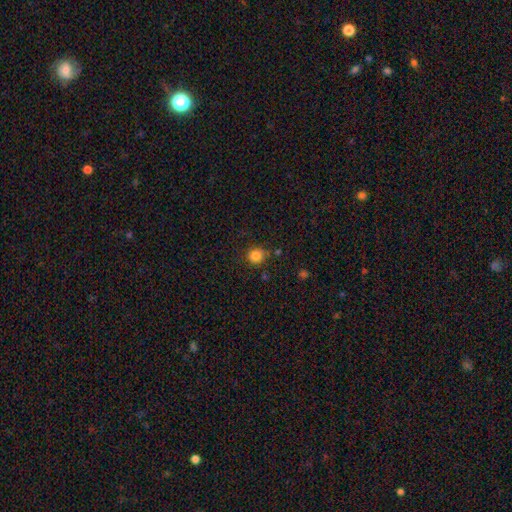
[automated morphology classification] This is clearly a smooth galaxy (83%). How rounded: clearly round (84%). Merging: likely none (71%).